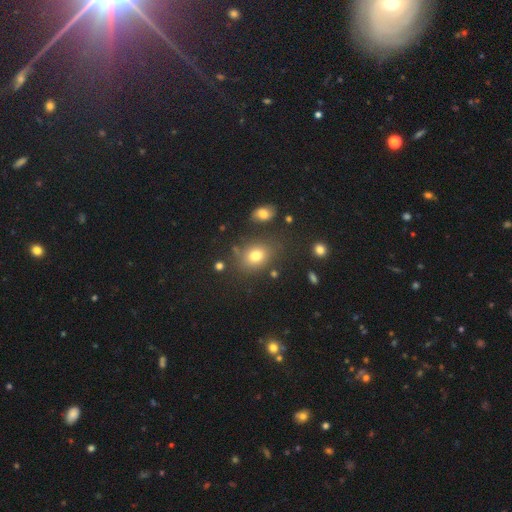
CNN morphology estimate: Overall: smooth (77%). How rounded: in between (60%; round 39%). Merging: none (75%).